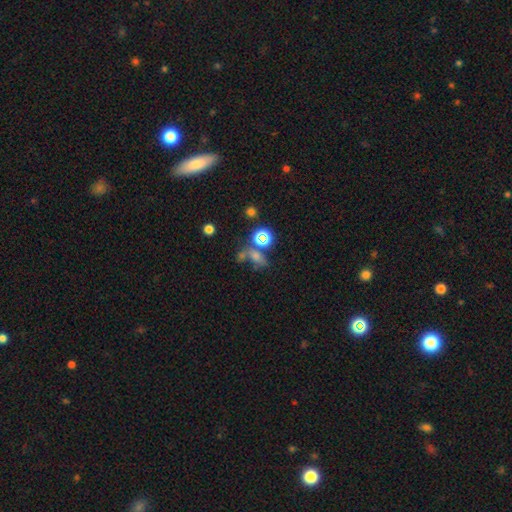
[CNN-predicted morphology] A smooth galaxy with no disk features (49%).

Vote fractions:
- Smooth or featured? smooth: 49% / star or artifact: 36% / featured or disk: 15%
- Merging? none: 40% / merger: 30% / major disturbance: 15% / minor disturbance: 15%